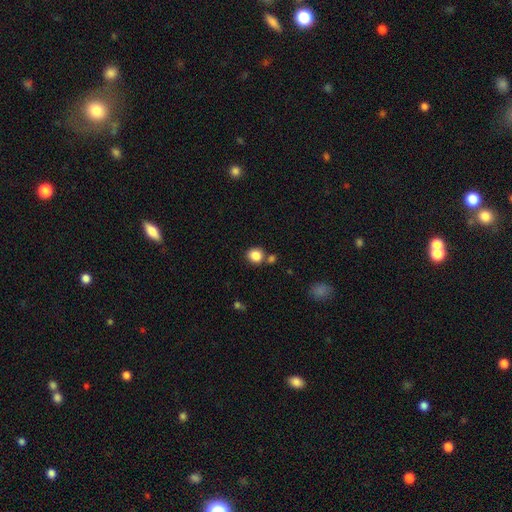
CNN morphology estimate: A smooth galaxy with no disk features (85%) that is round (81%).

Vote fractions:
- Smooth or featured? smooth: 85% / star or artifact: 10% / featured or disk: 4%
- How rounded? round: 81% / in between: 18% / cigar-shaped: 1%
- Merging? none: 72% / merger: 15% / minor disturbance: 10% / major disturbance: 3%